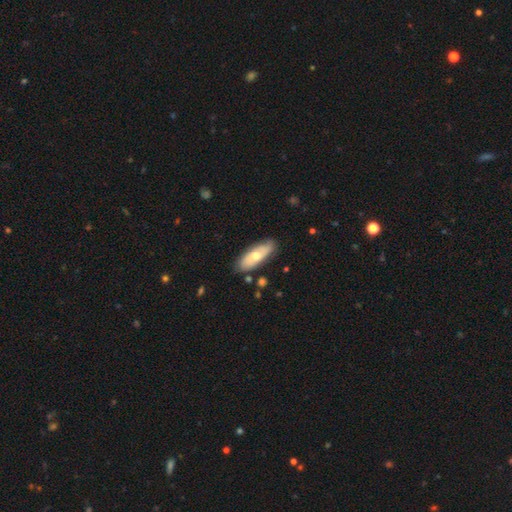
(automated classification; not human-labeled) smooth-or-featured: smooth: 55% | featured or disk: 39% | star or artifact: 6%
  how-rounded: in between: 73% | cigar-shaped: 25% | round: 2%
  merging: none: 79% | minor disturbance: 16% | major disturbance: 3% | merger: 2%